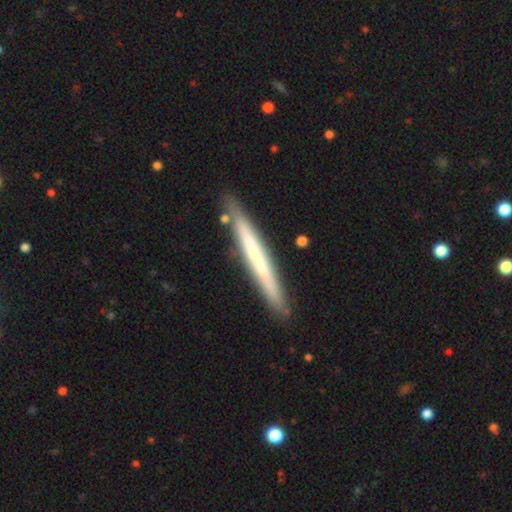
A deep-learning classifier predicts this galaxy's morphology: Q: Smooth or featured?
A: featured or disk (49%); runner-up: smooth (46%)
Q: Merging?
A: none (86%); runner-up: minor disturbance (10%)